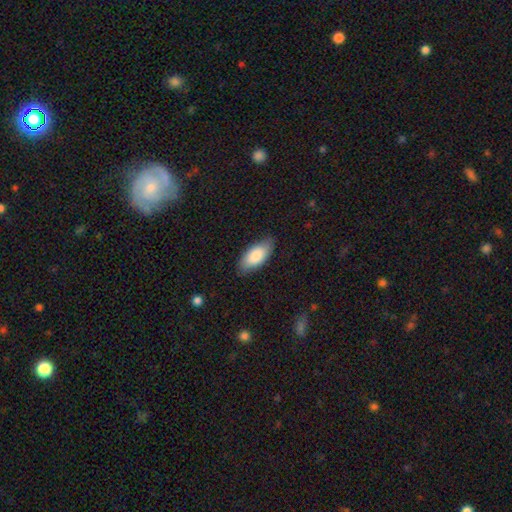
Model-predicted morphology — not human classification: smooth 83%, featured or disk 11%, star or artifact 5%. Down the decision tree: how rounded — in between (90%); merging — none (81%).